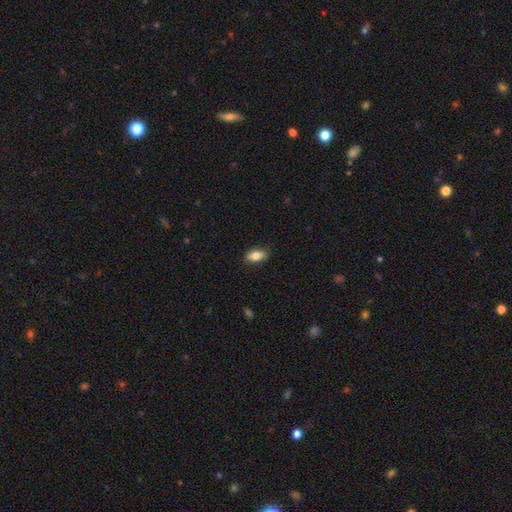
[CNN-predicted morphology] This is clearly a smooth galaxy (82%). How rounded: clearly in between (89%). Merging: clearly none (85%).